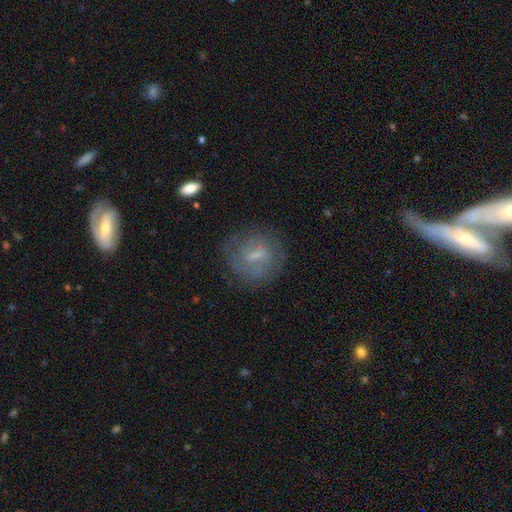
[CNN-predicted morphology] smooth-or-featured: featured or disk: 52% | smooth: 39% | star or artifact: 10%
  disk-edge-on: no: 95% | yes: 5%
  merging: none: 73% | minor disturbance: 16% | major disturbance: 9% | merger: 2%